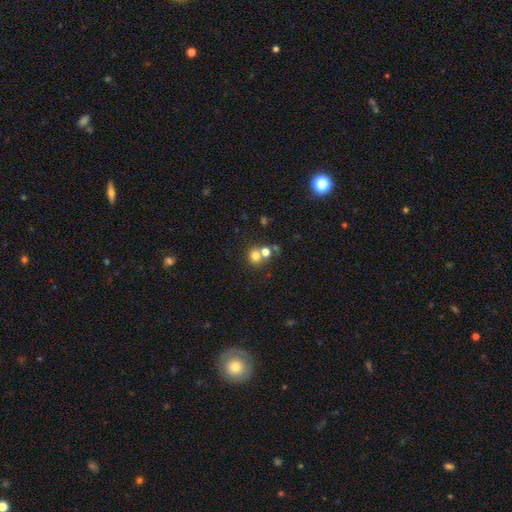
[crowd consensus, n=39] This is likely a smooth galaxy (74%). How rounded: likely round (72%). Merging: marginally none (43%).